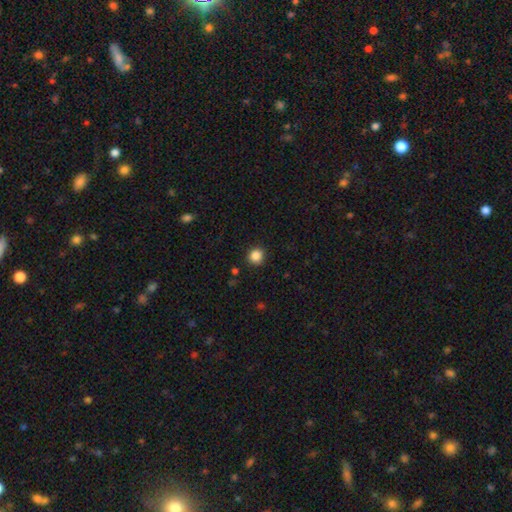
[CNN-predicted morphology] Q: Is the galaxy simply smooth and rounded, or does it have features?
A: smooth — 86%.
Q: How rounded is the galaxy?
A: round — 91%.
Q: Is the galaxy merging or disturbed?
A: none — 90%.